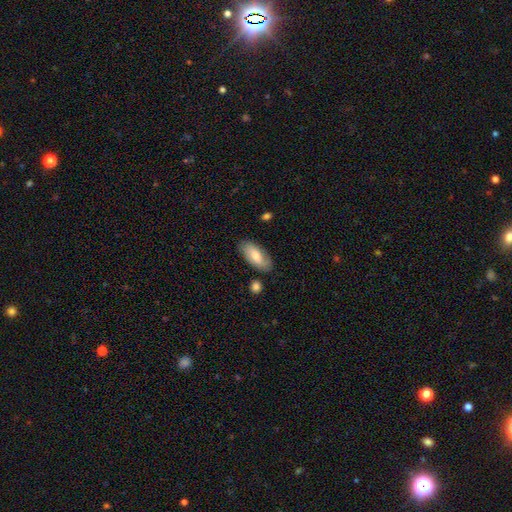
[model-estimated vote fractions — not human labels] The model was most divided on "smooth or featured": smooth: 64%, featured or disk: 30%, star or artifact: 6%. More confident: how rounded — in between (89%); merging — none (81%).